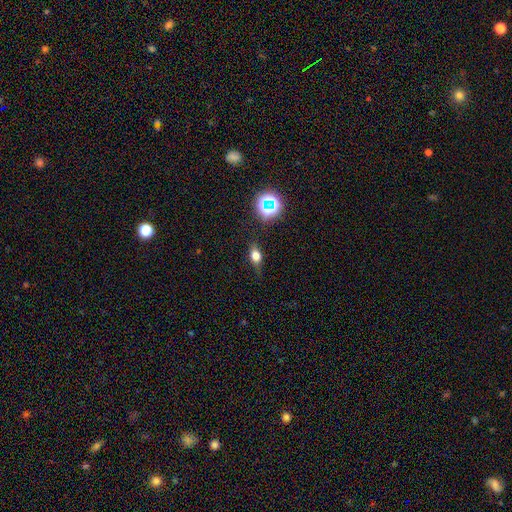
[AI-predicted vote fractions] This is likely a smooth galaxy (62%). How rounded: likely in between (65%). Merging: likely none (75%).